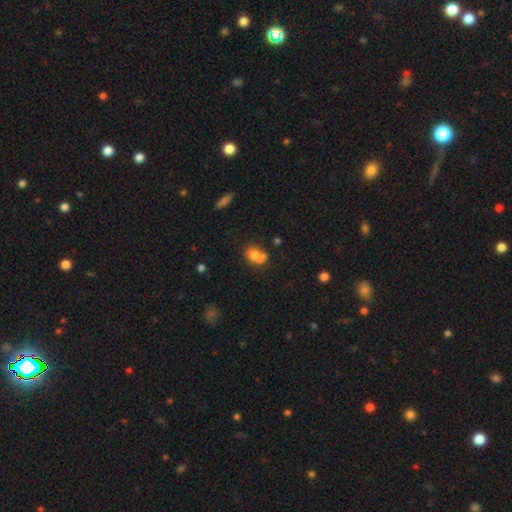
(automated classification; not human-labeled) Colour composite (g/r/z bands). It shows a smooth galaxy with no disk features (70%) that is in between round and cigar-shaped (50%). Merging: merger (49%).